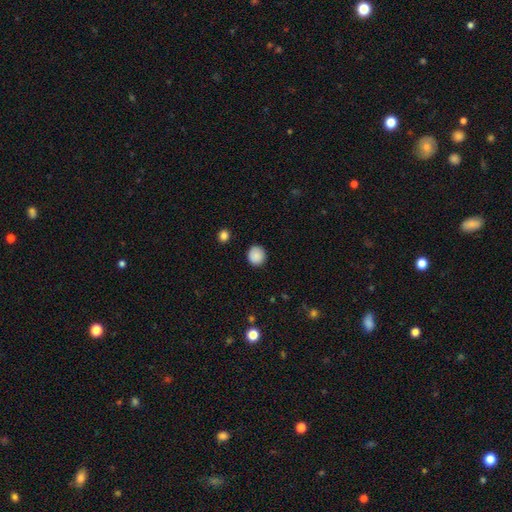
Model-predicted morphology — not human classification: This appears to be a smooth galaxy with no disk features (88%) that is round (89%). Merging: none (89%).